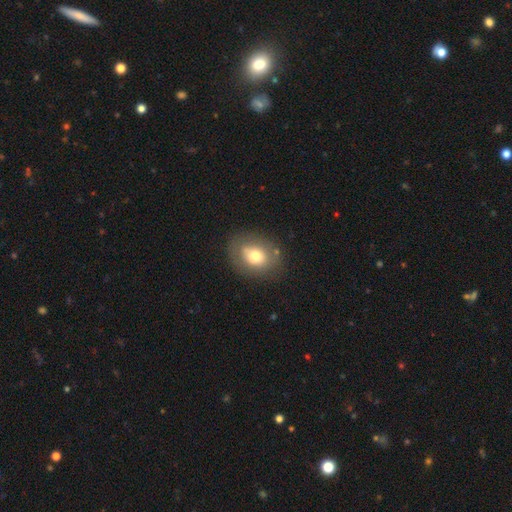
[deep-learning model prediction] smooth_or_featured: smooth (p=0.68) [alt: featured or disk p=0.22]
how_rounded: in between (p=0.56) [alt: round p=0.43]
merging: none (p=0.67) [alt: minor disturbance p=0.19]